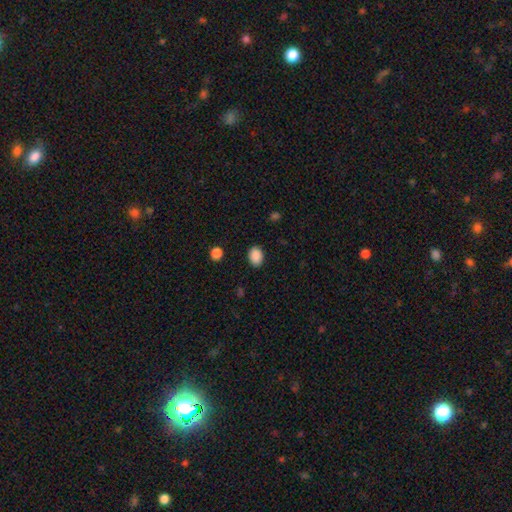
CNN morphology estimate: A smooth galaxy with no disk features (89%) that is in between round and cigar-shaped (70%). Merging: none (87%).